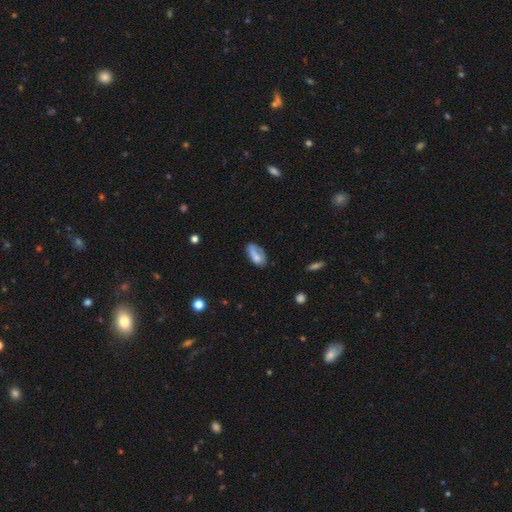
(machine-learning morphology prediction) Overall: smooth (67%). How rounded: in between (89%). Merging: none (46%; minor disturbance 31%).